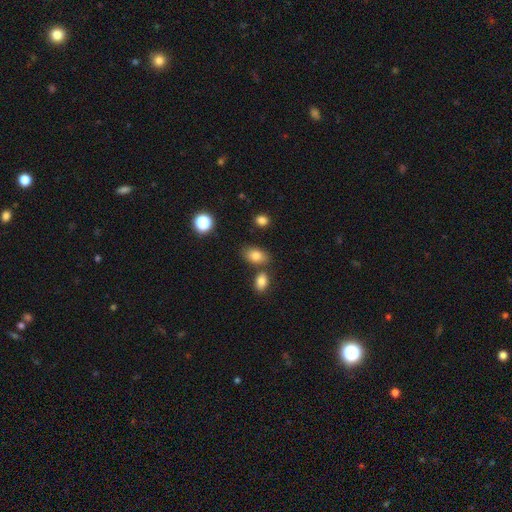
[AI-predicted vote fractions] Smooth or featured?
  - smooth: 81% *
  - star or artifact: 10%
  - featured or disk: 9%
How rounded?
  - in between: 85% *
  - round: 13%
  - cigar-shaped: 2%
Merging?
  - none: 69% *
  - merger: 15%
  - minor disturbance: 13%
  - major disturbance: 4%